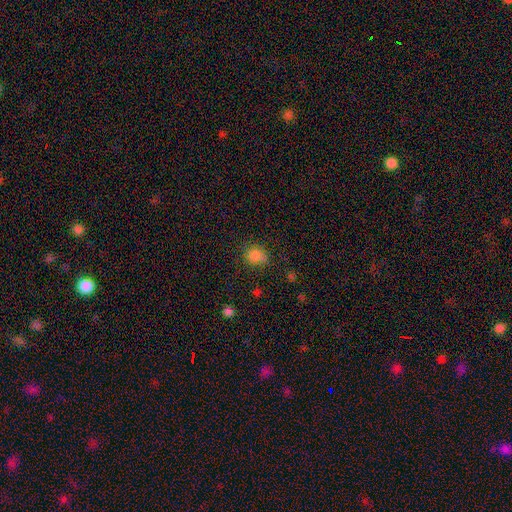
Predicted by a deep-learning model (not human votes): This appears to be a smooth galaxy with no disk features (82%) that is round (68%). Merging: none (70%).